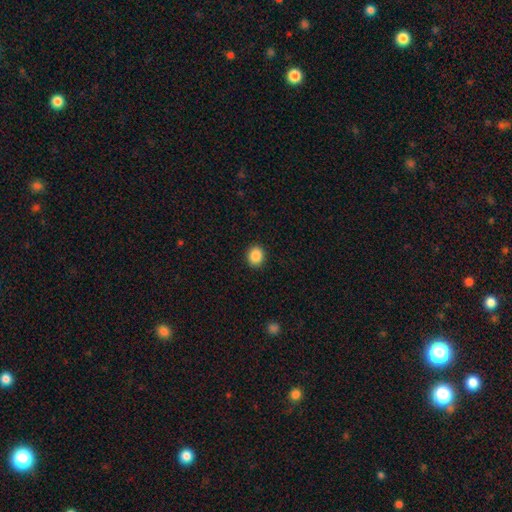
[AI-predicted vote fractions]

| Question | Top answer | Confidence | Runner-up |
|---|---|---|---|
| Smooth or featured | smooth | 88% | star or artifact (9%) |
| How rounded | round | 70% | in between (29%) |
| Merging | none | 91% | minor disturbance (6%) |